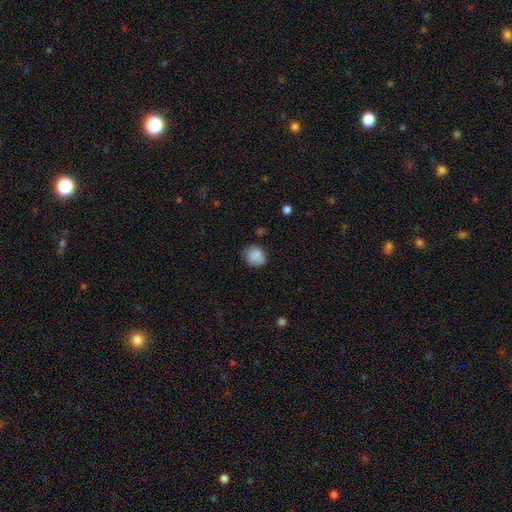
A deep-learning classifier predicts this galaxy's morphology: Smooth or featured?
  - smooth: 85% *
  - star or artifact: 8%
  - featured or disk: 7%
How rounded?
  - round: 69% *
  - in between: 30%
  - cigar-shaped: 1%
Merging?
  - none: 72% *
  - minor disturbance: 21%
  - major disturbance: 5%
  - merger: 2%